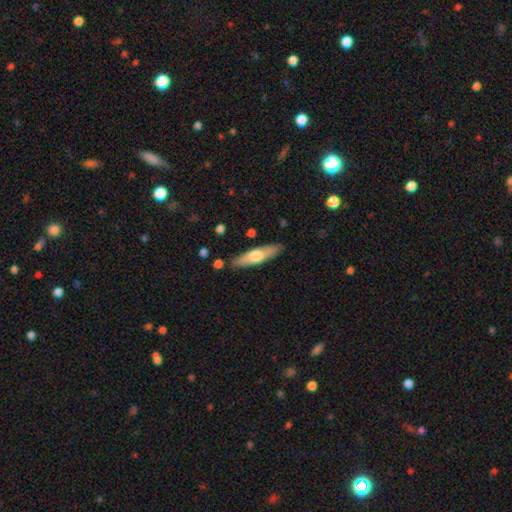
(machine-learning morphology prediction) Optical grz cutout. It shows a smooth galaxy with no disk features (56%) that is cigar-shaped (69%). Merging: none (85%).